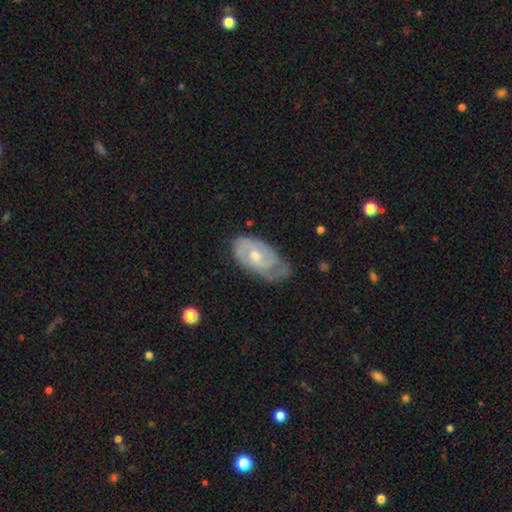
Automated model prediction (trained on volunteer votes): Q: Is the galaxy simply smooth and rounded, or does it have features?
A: featured or disk — 71%.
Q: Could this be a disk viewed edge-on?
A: no — 94%.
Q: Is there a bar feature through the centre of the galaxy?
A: no — 68%.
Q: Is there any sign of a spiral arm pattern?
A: yes — 86%.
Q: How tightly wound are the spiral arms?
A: tight — 57%.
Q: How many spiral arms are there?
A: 2 — 50%.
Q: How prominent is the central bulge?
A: moderate — 63%.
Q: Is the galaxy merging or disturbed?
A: none — 53%.